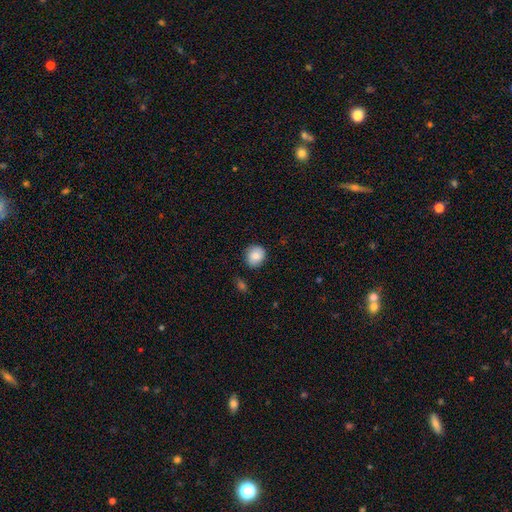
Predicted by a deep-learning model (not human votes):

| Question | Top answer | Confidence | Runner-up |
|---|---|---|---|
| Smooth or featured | smooth | 82% | featured or disk (10%) |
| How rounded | round | 81% | in between (18%) |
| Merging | none | 82% | minor disturbance (14%) |